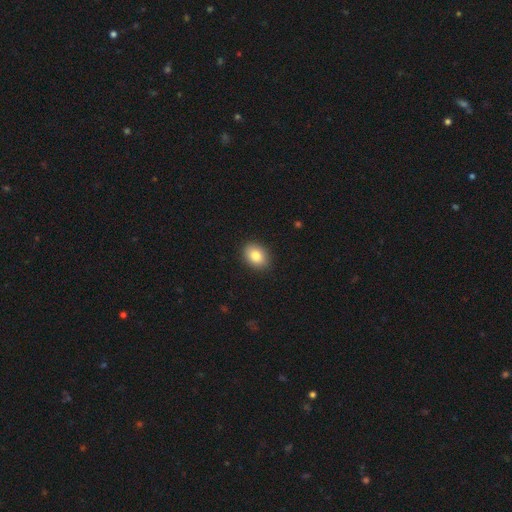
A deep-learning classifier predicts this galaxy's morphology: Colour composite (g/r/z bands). It shows a smooth galaxy with no disk features (84%) that is in between round and cigar-shaped (69%). Merging: none (89%).